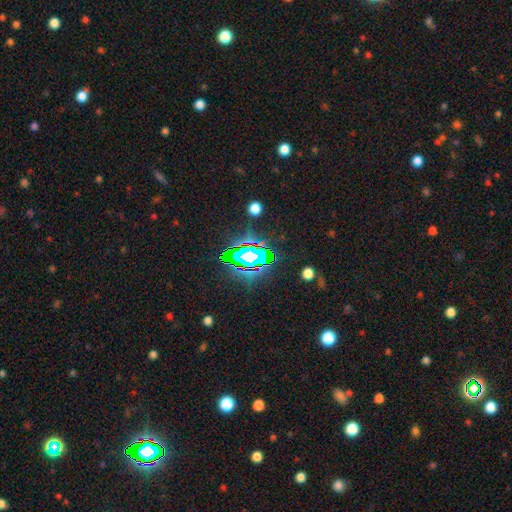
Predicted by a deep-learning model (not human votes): A star or artifact, not a galaxy (69%).